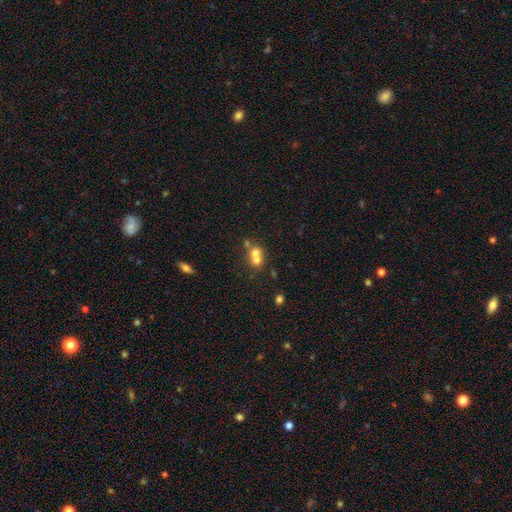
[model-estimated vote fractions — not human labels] This appears to be a smooth galaxy with no disk features (65%) that is round (69%). Merging: merger (66%).